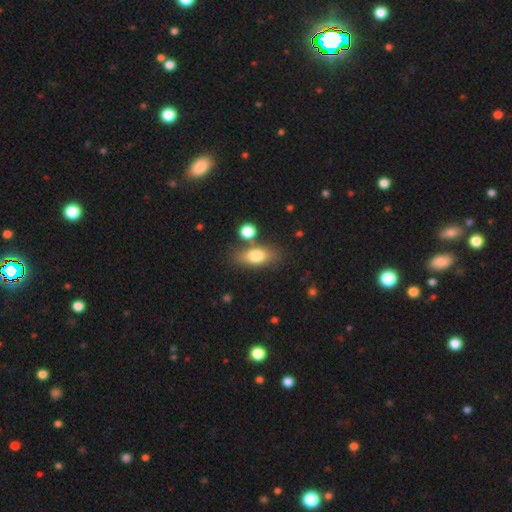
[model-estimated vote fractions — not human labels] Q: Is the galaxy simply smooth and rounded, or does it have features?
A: smooth — 76%.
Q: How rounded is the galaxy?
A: in between — 80%.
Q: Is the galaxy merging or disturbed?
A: none — 70%.